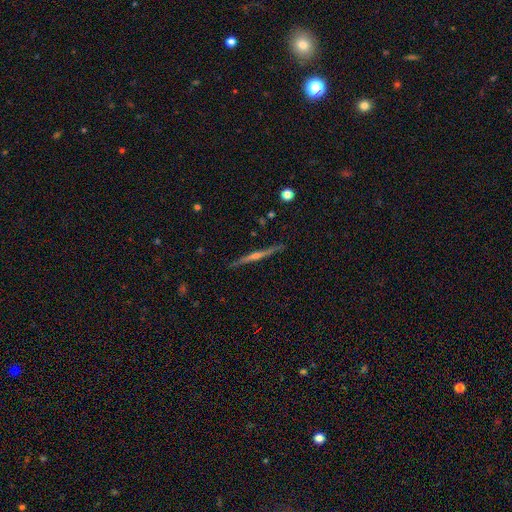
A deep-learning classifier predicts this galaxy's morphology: The model was most divided on "smooth or featured": featured or disk: 80%, smooth: 14%, star or artifact: 6%. More confident: edge-on disk — yes (98%); merging — none (90%); edge-on bulge — rounded (81%).